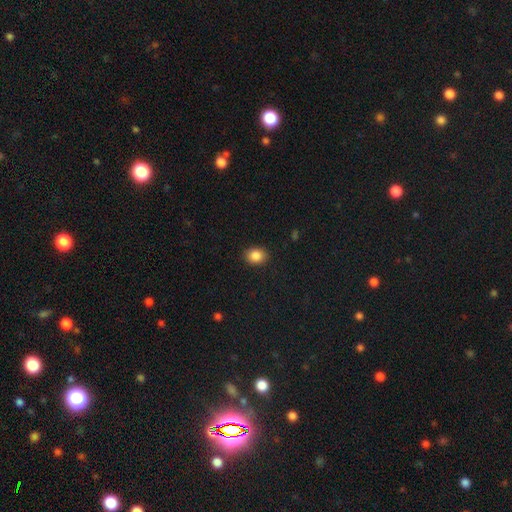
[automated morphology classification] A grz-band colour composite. It shows a smooth galaxy with no disk features (86%) that is in between round and cigar-shaped (53%). Merging: none (89%).